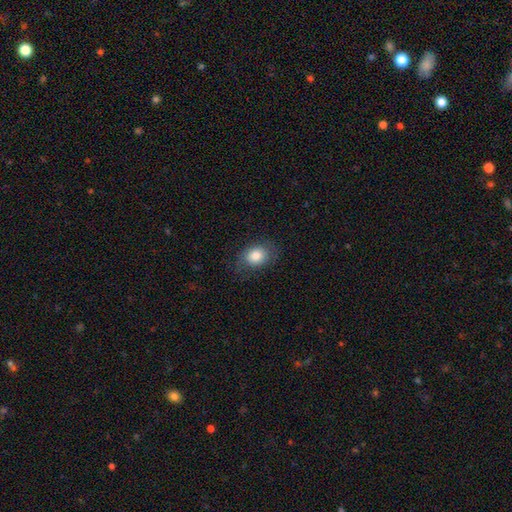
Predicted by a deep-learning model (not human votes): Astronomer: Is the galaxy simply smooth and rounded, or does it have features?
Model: smooth — 83%.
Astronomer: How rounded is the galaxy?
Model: in between — 62%.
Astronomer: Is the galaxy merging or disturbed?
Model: none — 73%.